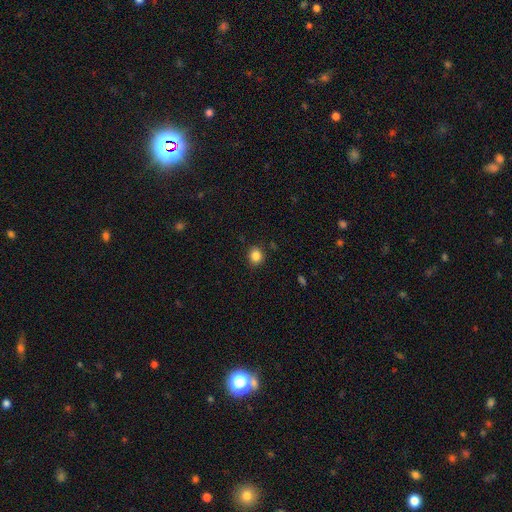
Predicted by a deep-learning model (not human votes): Overall: smooth (85%). How rounded: round (82%). Merging: none (89%).